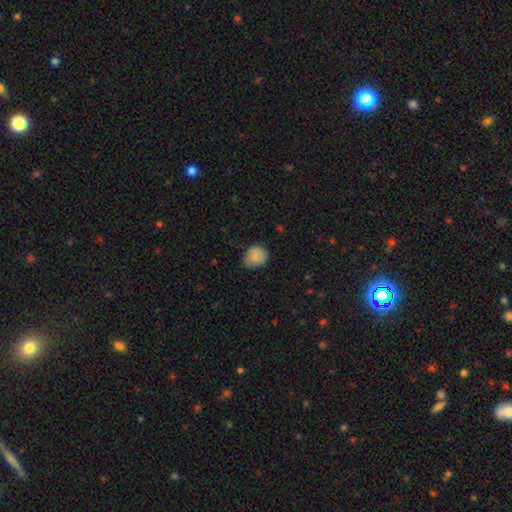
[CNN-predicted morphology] A smooth galaxy with no disk features (85%) that is round (69%). Merging: none (64%).